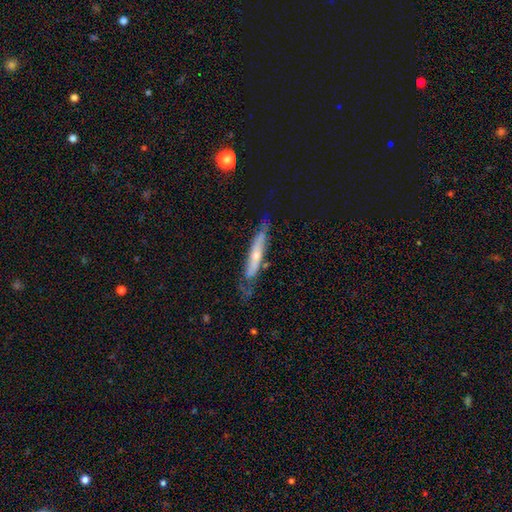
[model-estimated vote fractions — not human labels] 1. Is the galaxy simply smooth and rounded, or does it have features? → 66% featured or disk, 27% smooth, 7% star or artifact.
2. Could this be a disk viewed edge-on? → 66% yes, 34% no.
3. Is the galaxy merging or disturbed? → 65% none, 24% minor disturbance, 8% major disturbance, 2% merger.